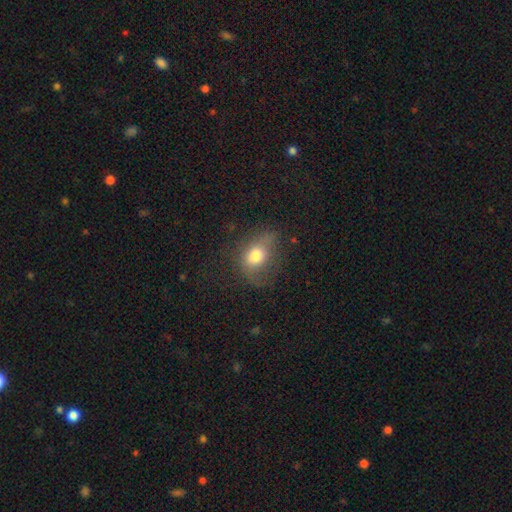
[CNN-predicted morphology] This appears to be a smooth galaxy with no disk features (66%) that is in between round and cigar-shaped (56%). Merging: none (47%).